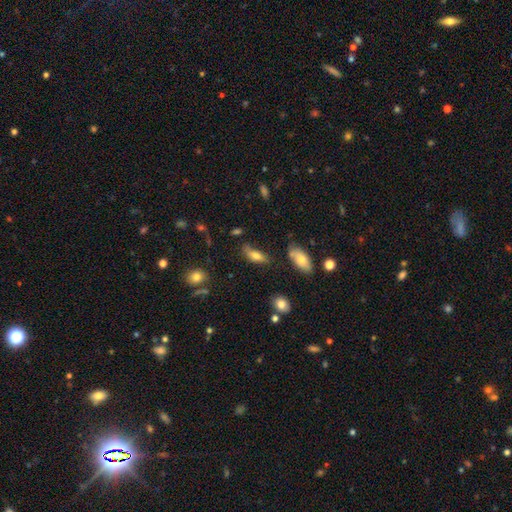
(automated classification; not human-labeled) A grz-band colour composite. It shows a smooth galaxy with no disk features (70%) that is in between round and cigar-shaped (73%). Merging: none (51%).